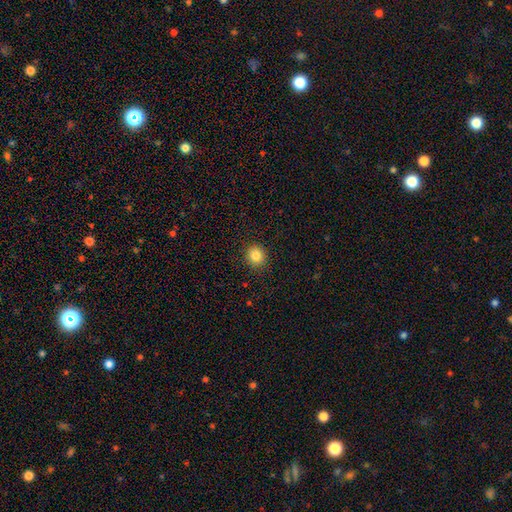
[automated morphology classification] smooth 85%, star or artifact 11%, featured or disk 5%. Down the decision tree: how rounded — round (82%); merging — none (90%).